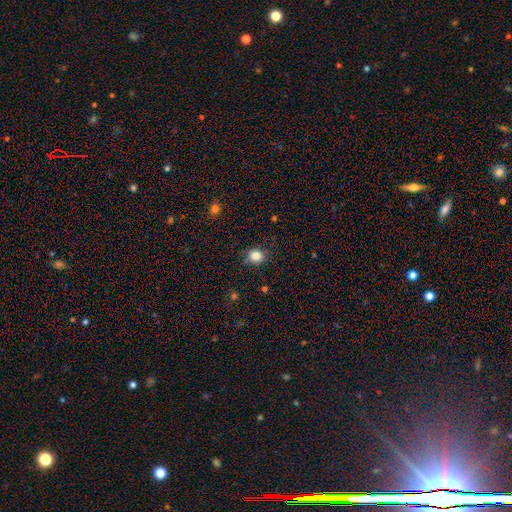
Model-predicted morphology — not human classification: smooth-or-featured: smooth: 83% | star or artifact: 12% | featured or disk: 5%
  how-rounded: round: 78% | in between: 21% | cigar-shaped: 1%
  merging: none: 81% | minor disturbance: 13% | major disturbance: 3% | merger: 2%